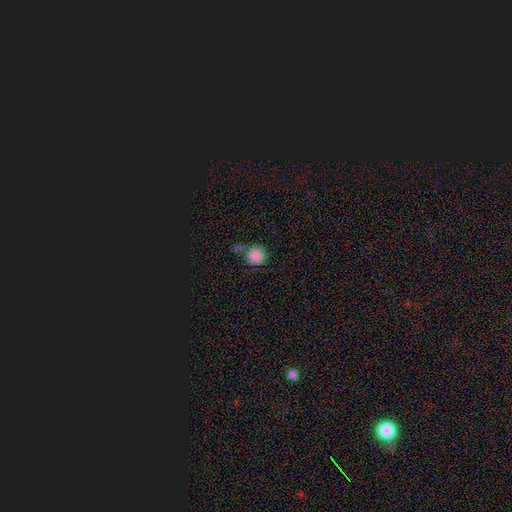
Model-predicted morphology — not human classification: Smooth or featured?
  - smooth: 87% *
  - star or artifact: 9%
  - featured or disk: 4%
How rounded?
  - round: 93% *
  - in between: 6%
  - cigar-shaped: 1%
Merging?
  - none: 65% *
  - minor disturbance: 15%
  - merger: 15%
  - major disturbance: 5%